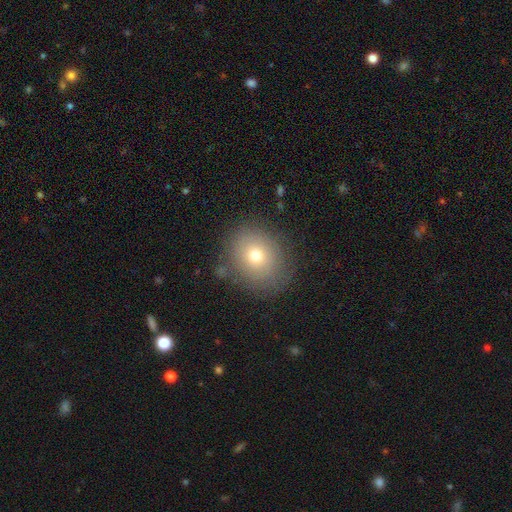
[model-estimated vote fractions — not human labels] Smooth or featured? smooth (71%)
How rounded? round (69%)
Merging? none (79%)